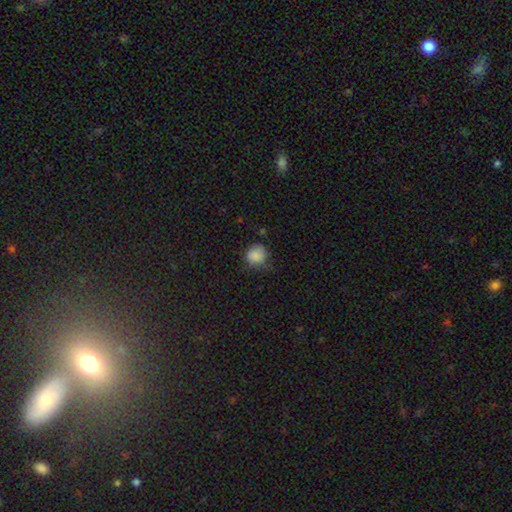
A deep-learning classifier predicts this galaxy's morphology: smooth_or_featured: smooth (p=0.85) [alt: star or artifact p=0.09]
how_rounded: round (p=0.85) [alt: in between p=0.14]
merging: none (p=0.65) [alt: minor disturbance p=0.26]